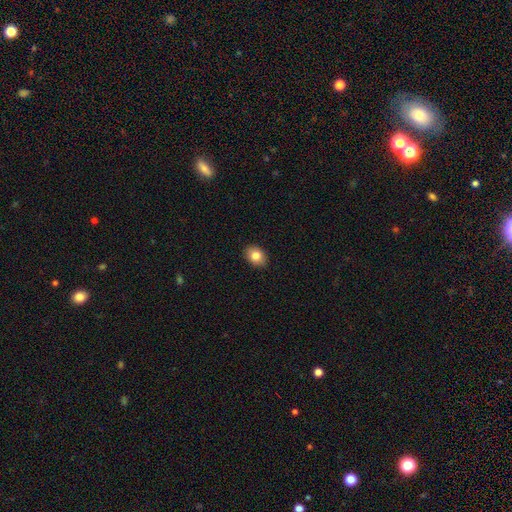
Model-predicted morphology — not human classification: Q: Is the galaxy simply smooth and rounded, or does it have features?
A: smooth — 83%.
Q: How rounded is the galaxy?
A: in between — 70%.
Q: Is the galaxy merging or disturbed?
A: none — 90%.